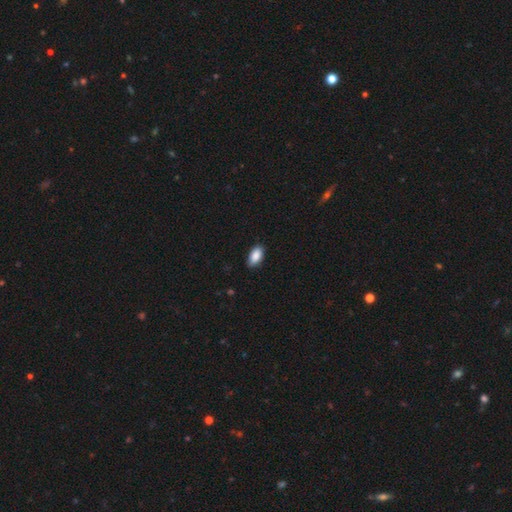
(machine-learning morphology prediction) The model was most divided on "merging": none: 85%, minor disturbance: 12%, major disturbance: 2%, merger: 1%. More confident: how rounded — in between (93%); smooth or featured — smooth (89%).